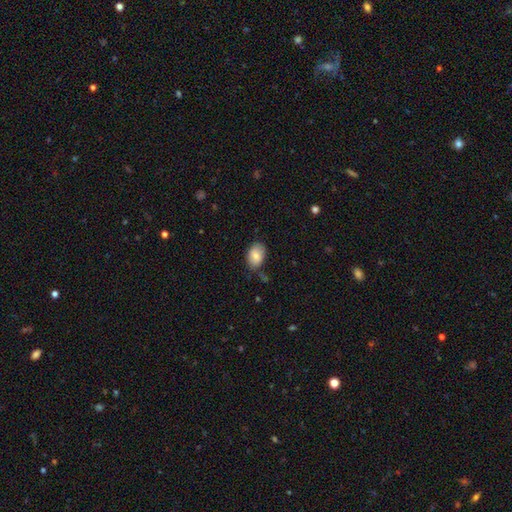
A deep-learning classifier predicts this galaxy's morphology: Smooth or featured? smooth (84%)
How rounded? in between (84%)
Merging? none (72%)